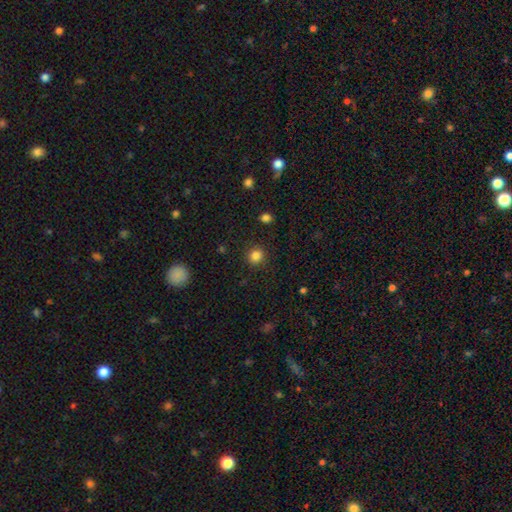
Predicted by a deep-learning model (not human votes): Smooth or featured? smooth (84%)
How rounded? round (89%)
Merging? none (90%)